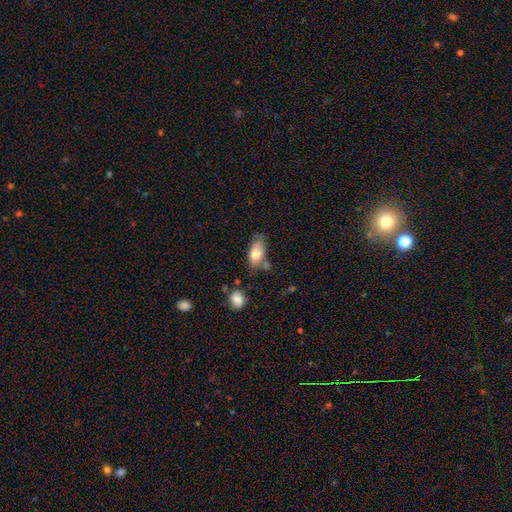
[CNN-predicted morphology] The model was most divided on "merging": none: 61%, minor disturbance: 25%, merger: 8%, major disturbance: 6%. More confident: how rounded — in between (87%); smooth or featured — smooth (75%).